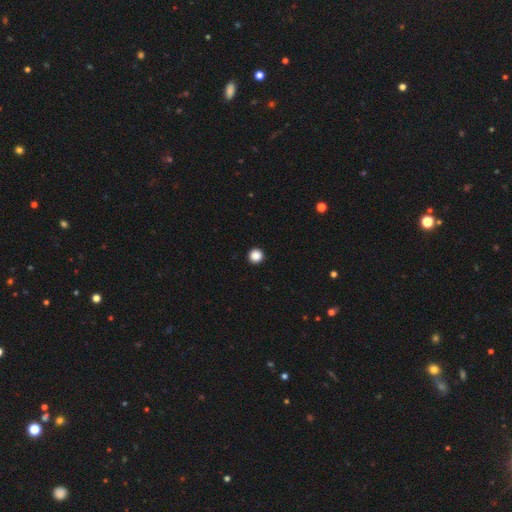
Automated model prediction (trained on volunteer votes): Smooth or featured? smooth (87%)
How rounded? round (96%)
Merging? none (95%)